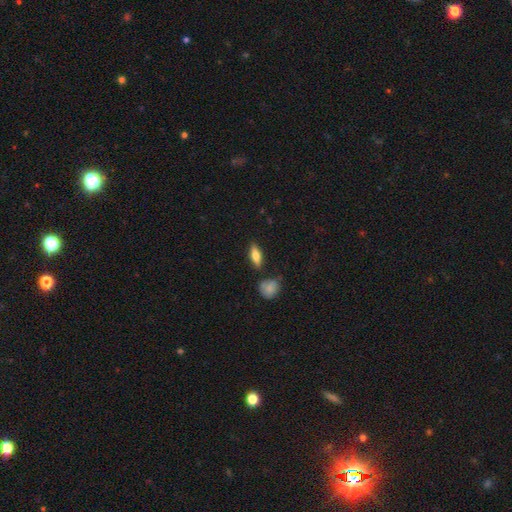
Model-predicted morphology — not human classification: Smooth or featured: smooth — 63% (featured or disk — 30%)
How rounded: in between — 58% (cigar-shaped — 38%)
Merging: none — 81% (minor disturbance — 12%)